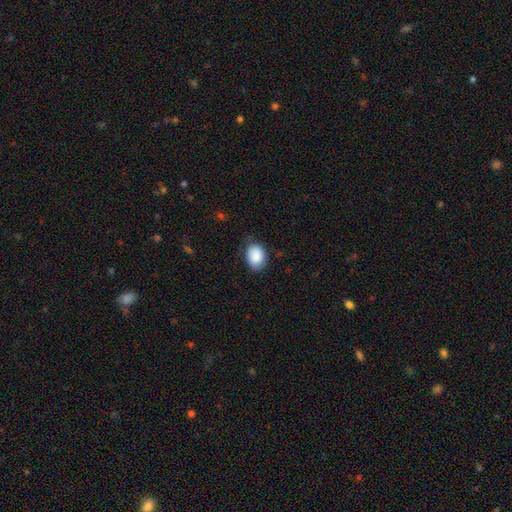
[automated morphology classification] Smooth or featured? smooth (88%)
How rounded? in between (74%)
Merging? none (75%)